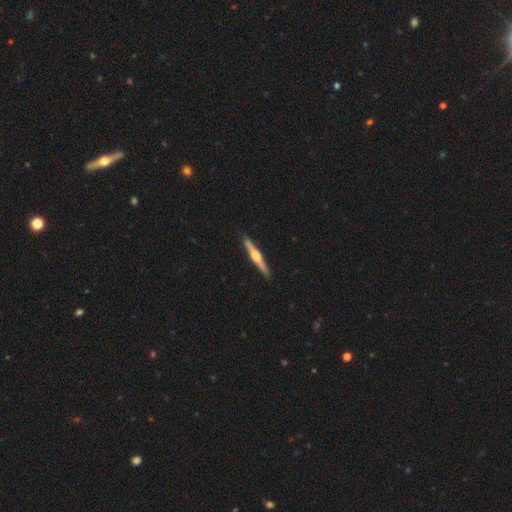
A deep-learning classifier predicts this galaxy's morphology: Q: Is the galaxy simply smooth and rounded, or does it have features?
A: featured or disk — 76%.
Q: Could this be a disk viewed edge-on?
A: yes — 98%.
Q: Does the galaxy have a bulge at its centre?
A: rounded — 92%.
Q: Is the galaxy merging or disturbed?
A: none — 92%.